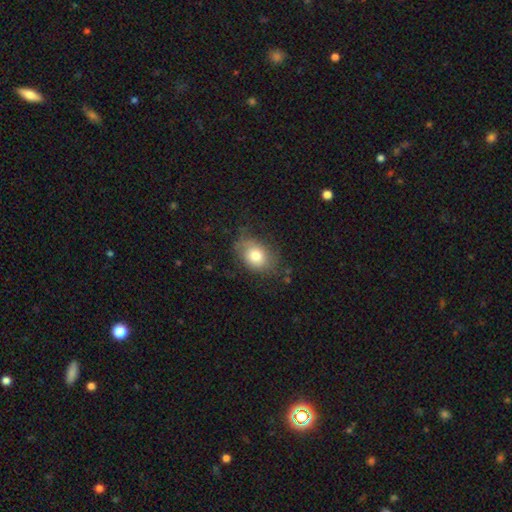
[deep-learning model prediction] Smooth or featured: smooth — 77% (featured or disk — 14%)
How rounded: in between — 68% (round — 31%)
Merging: none — 66% (minor disturbance — 24%)